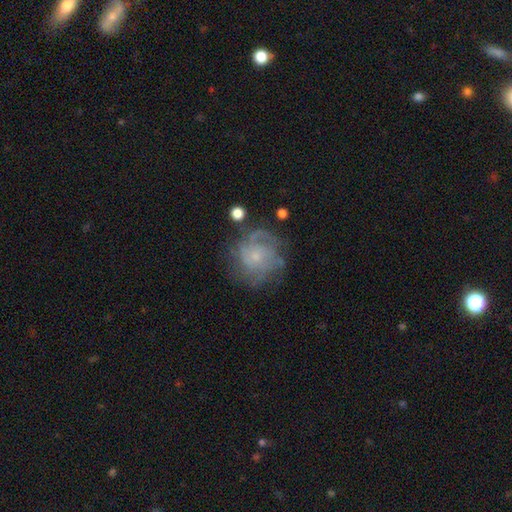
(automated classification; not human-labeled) Q: Smooth or featured?
A: featured or disk (66%); runner-up: smooth (24%)
Q: Edge-on disk?
A: no (98%); runner-up: yes (2%)
Q: Bar?
A: no (81%); runner-up: weak (17%)
Q: Spiral arms?
A: yes (78%); runner-up: no (22%)
Q: Spiral winding?
A: tight (53%); runner-up: medium (33%)
Q: Spiral arm count?
A: can't tell (50%); runner-up: 3 (15%)
Q: Bulge size?
A: small (71%); runner-up: moderate (19%)
Q: Merging?
A: none (61%); runner-up: minor disturbance (20%)